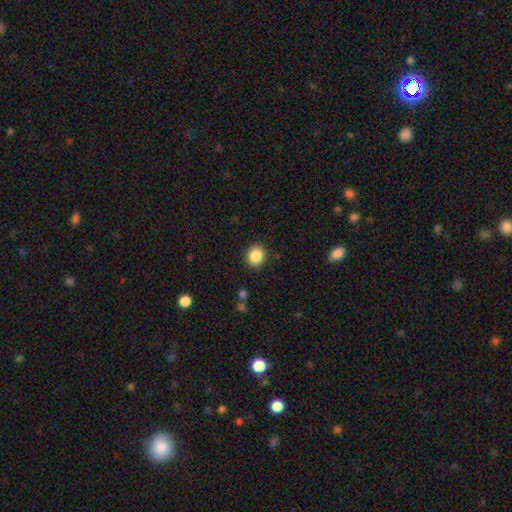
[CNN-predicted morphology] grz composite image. It shows a smooth galaxy with no disk features (87%) that is round (74%). Merging: none (89%).